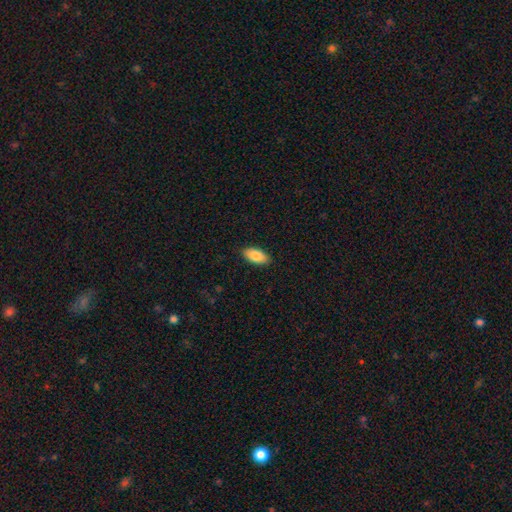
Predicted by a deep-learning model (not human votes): Smooth or featured: smooth — 85% (featured or disk — 9%)
How rounded: in between — 93% (cigar-shaped — 5%)
Merging: none — 89% (minor disturbance — 8%)